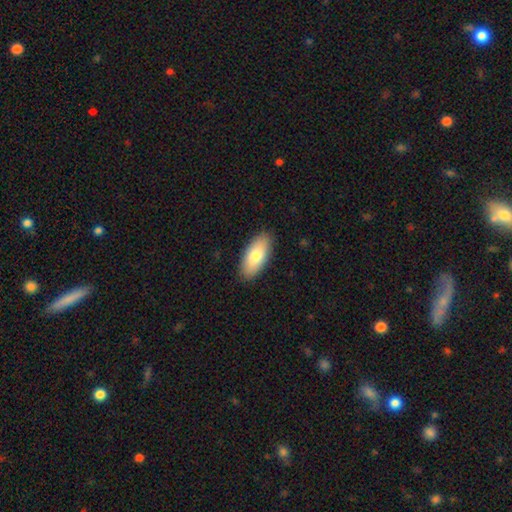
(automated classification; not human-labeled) A smooth galaxy with no disk features (79%) that is in between round and cigar-shaped (88%). Merging: none (89%).